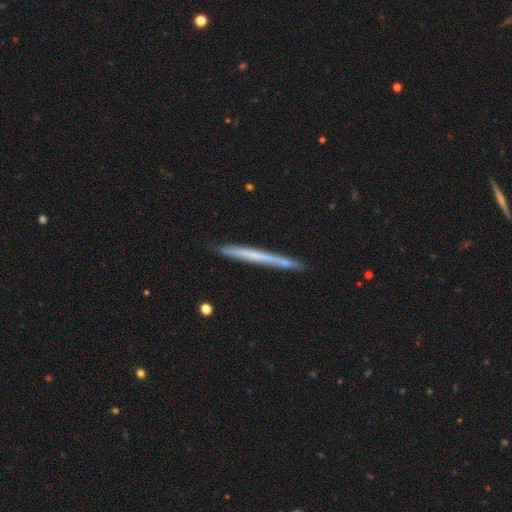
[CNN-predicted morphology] type=smooth (48%); merging=none (87%).